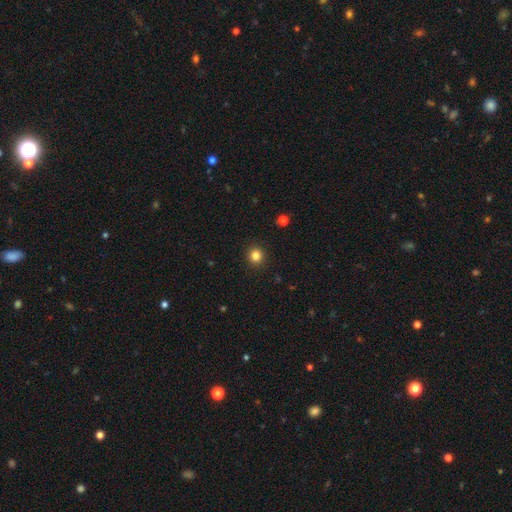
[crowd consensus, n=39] Overall: smooth (92%). How rounded: round (92%). Merging: none (94%).